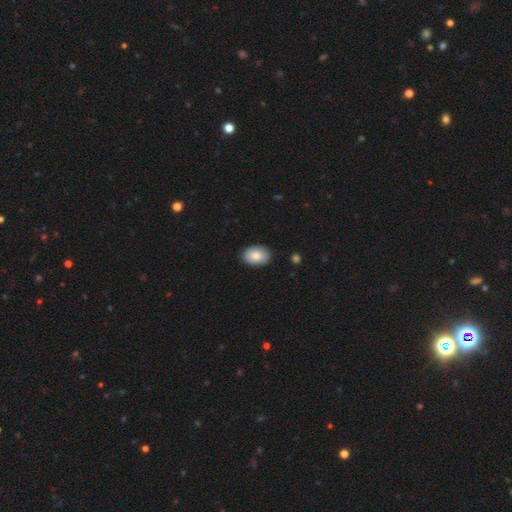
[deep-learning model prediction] A smooth galaxy with no disk features (86%) that is in between round and cigar-shaped (79%).

Vote fractions:
- Smooth or featured? smooth: 86% / featured or disk: 7% / star or artifact: 7%
- How rounded? in between: 79% / round: 20% / cigar-shaped: 1%
- Merging? none: 87% / minor disturbance: 10% / major disturbance: 2% / merger: 1%